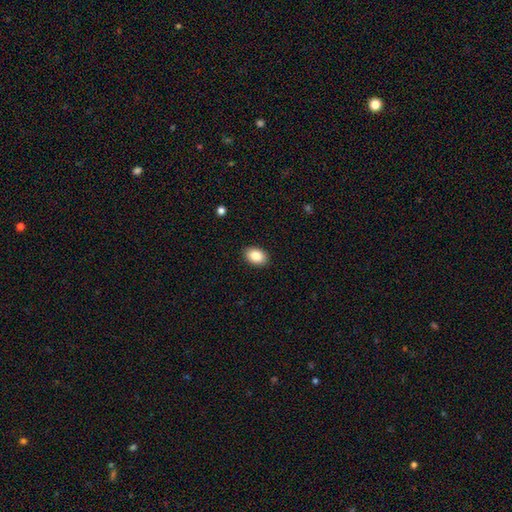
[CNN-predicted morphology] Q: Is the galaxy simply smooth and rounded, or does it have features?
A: smooth — 88%.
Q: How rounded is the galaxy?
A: in between — 86%.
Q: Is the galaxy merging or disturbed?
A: none — 90%.